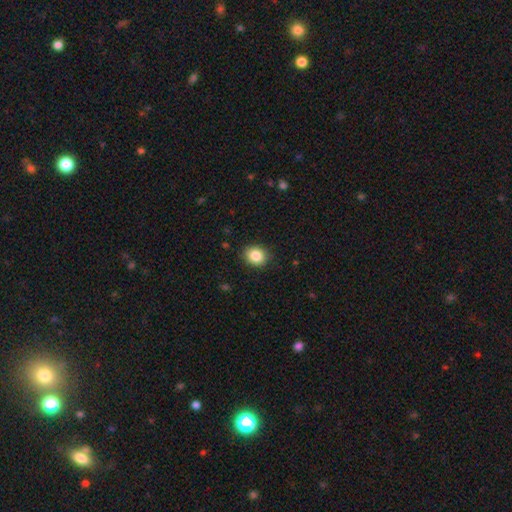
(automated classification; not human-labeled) Smooth or featured: smooth — 86% (star or artifact — 9%)
How rounded: round — 59% (in between — 40%)
Merging: none — 88% (minor disturbance — 8%)